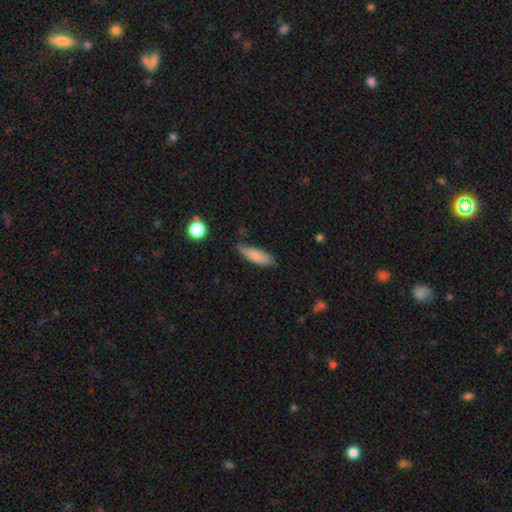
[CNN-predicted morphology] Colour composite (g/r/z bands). It shows a smooth galaxy with no disk features (80%) that is in between round and cigar-shaped (65%). Merging: none (48%).